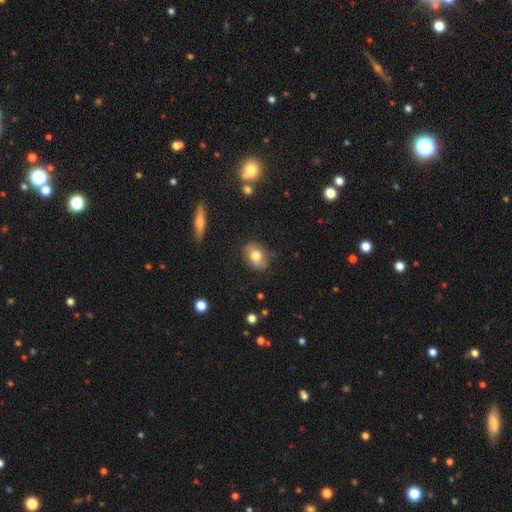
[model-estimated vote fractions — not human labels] A smooth galaxy with no disk features (67%) that is in between round and cigar-shaped (70%). Merging: none (74%).